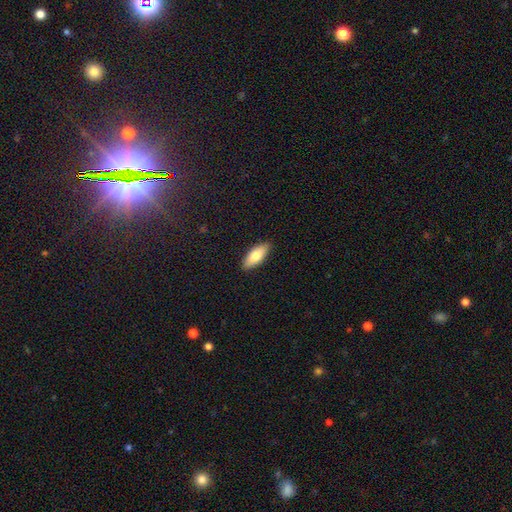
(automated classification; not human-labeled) The model was most divided on "how rounded": in between: 75%, cigar-shaped: 23%, round: 2%. More confident: merging — none (89%); smooth or featured — smooth (76%).